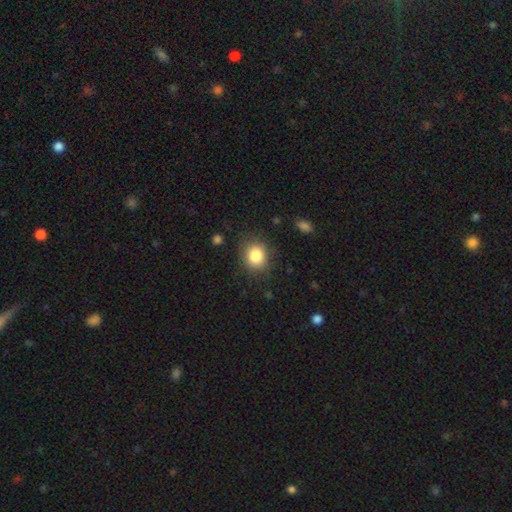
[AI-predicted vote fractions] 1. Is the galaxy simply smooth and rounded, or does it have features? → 83% smooth, 10% star or artifact, 7% featured or disk.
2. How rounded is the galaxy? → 66% round, 33% in between, 1% cigar-shaped.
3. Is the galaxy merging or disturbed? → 83% none, 12% minor disturbance, 4% major disturbance, 1% merger.